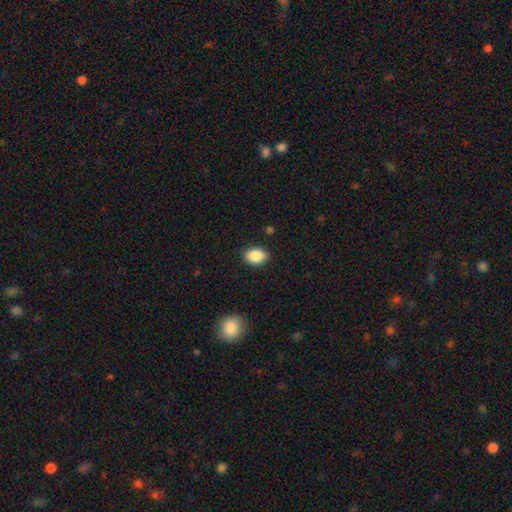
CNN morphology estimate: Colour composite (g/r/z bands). It shows a smooth galaxy with no disk features (88%) that is in between round and cigar-shaped (81%). Merging: none (86%).